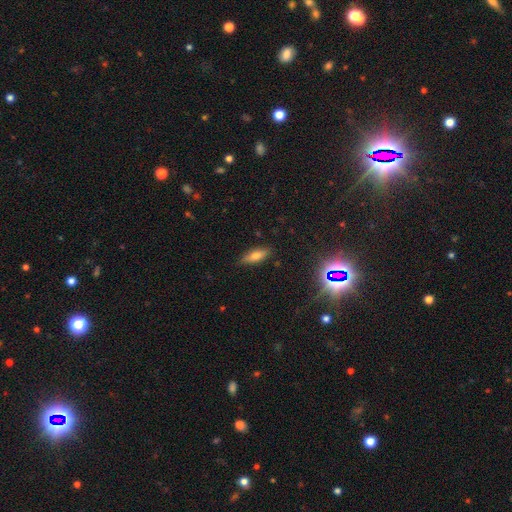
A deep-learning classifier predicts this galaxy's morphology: The model was most divided on "how rounded": in between: 61%, cigar-shaped: 36%, round: 3%. More confident: merging — none (86%); smooth or featured — smooth (68%).